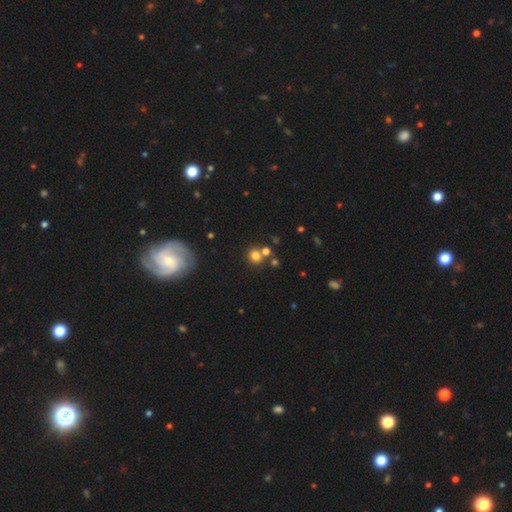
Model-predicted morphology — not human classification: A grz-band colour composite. It shows a smooth galaxy with no disk features (74%) that is round (84%). Merging: none (64%).